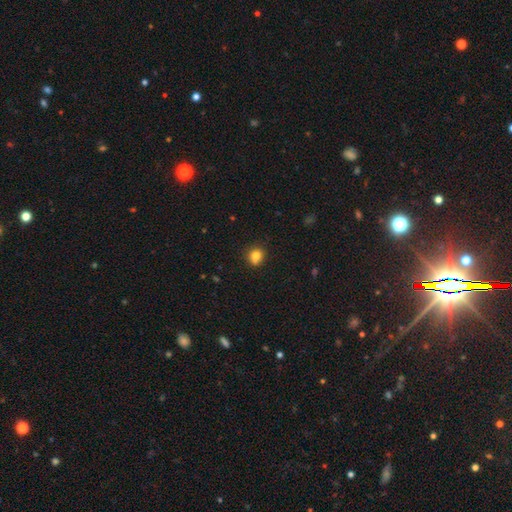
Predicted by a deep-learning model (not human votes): Overall: smooth (80%). How rounded: round (76%). Merging: none (74%).